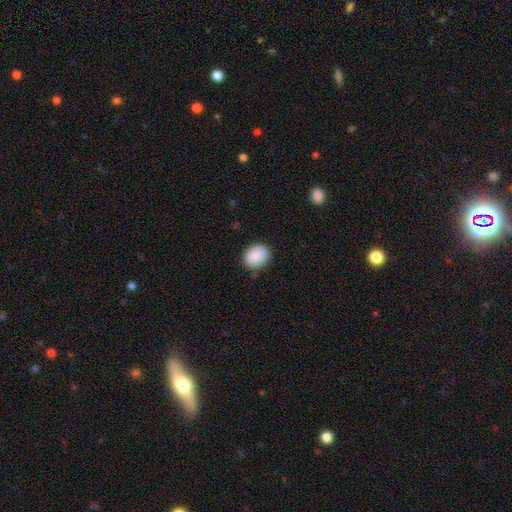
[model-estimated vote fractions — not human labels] Q: Smooth or featured?
A: smooth (89%); runner-up: star or artifact (7%)
Q: How rounded?
A: round (54%); runner-up: in between (45%)
Q: Merging?
A: none (81%); runner-up: minor disturbance (15%)